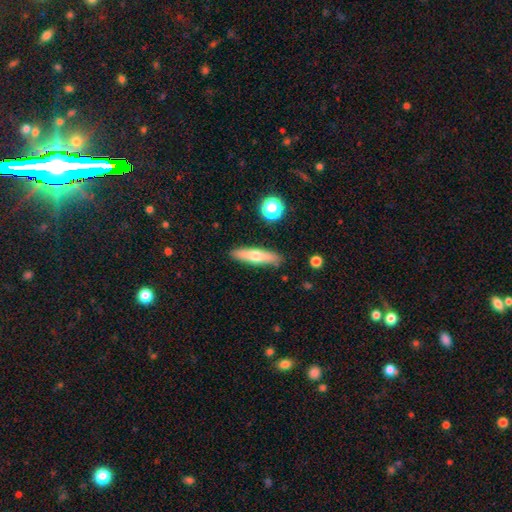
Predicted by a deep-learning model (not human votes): The model was most divided on "smooth or featured": smooth: 55%, featured or disk: 38%, star or artifact: 7%. More confident: merging — none (88%); how rounded — cigar-shaped (80%).